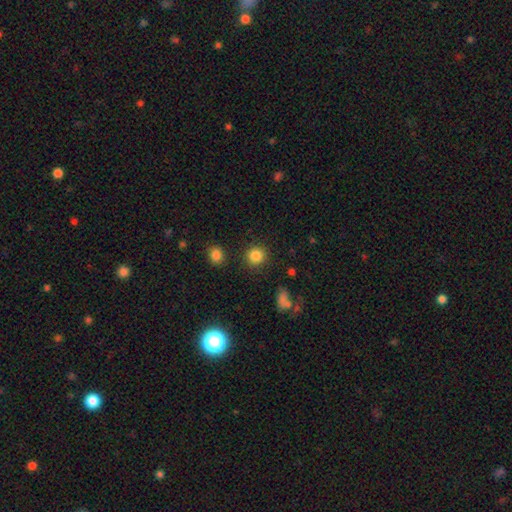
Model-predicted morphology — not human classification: Smooth or featured? Predicted: smooth (p=0.84). How rounded? Predicted: round (p=0.92). Merging? Predicted: none (p=0.88).